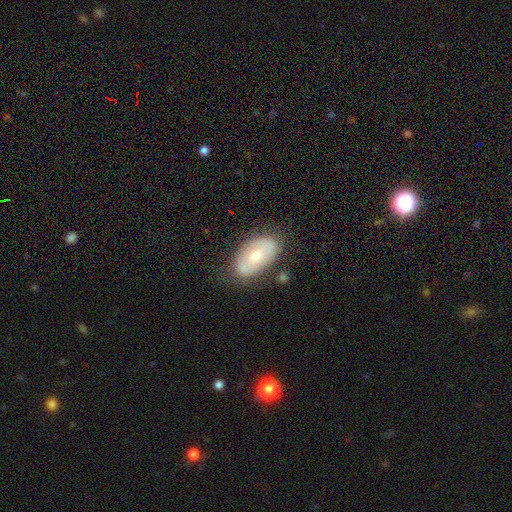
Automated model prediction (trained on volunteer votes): featured or disk 47%, smooth 46%, star or artifact 7%. Down the decision tree: merging — none (72%).